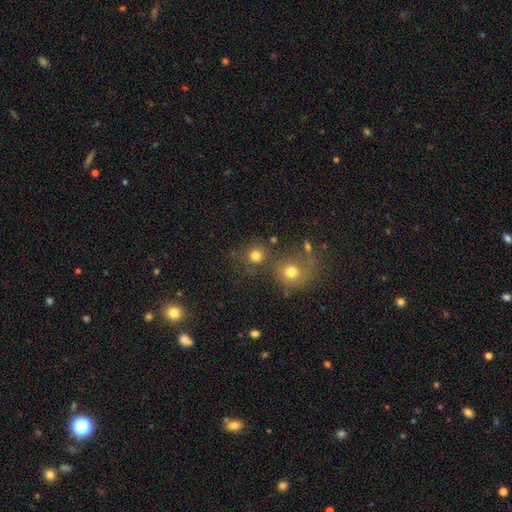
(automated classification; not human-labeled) A smooth galaxy with no disk features (77%) that is round (89%). Merging: none (65%).